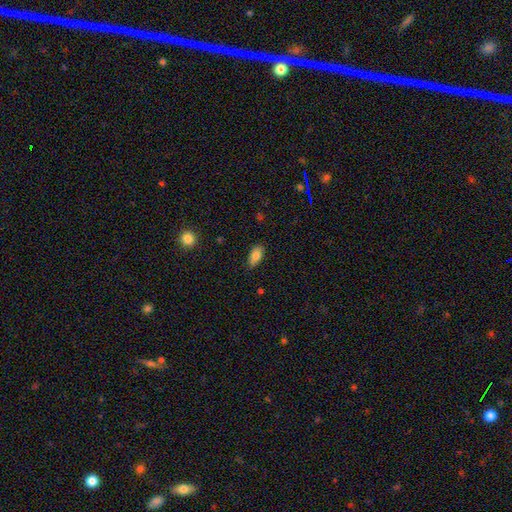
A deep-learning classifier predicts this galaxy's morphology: Smooth or featured? Predicted: smooth (p=0.81). How rounded? Predicted: in between (p=0.91). Merging? Predicted: none (p=0.80).